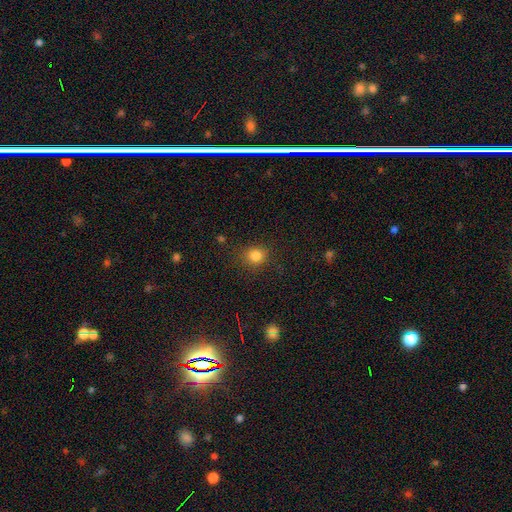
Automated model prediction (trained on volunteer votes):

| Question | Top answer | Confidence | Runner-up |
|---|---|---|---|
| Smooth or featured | smooth | 83% | star or artifact (12%) |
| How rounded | round | 83% | in between (16%) |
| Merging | none | 86% | minor disturbance (10%) |